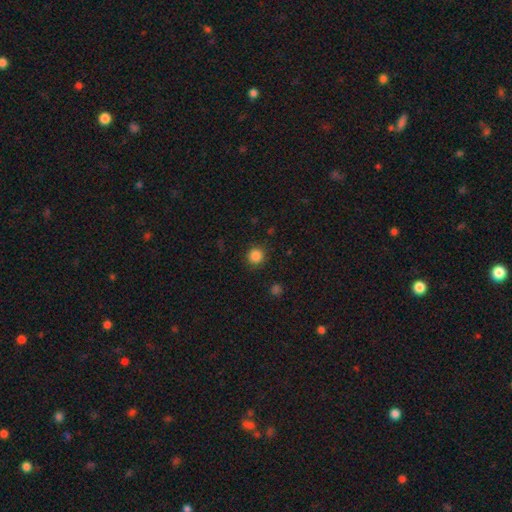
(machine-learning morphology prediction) smooth-or-featured: smooth: 85% | star or artifact: 11% | featured or disk: 3%
  how-rounded: round: 94% | in between: 5% | cigar-shaped: 1%
  merging: none: 90% | minor disturbance: 6% | major disturbance: 2% | merger: 1%